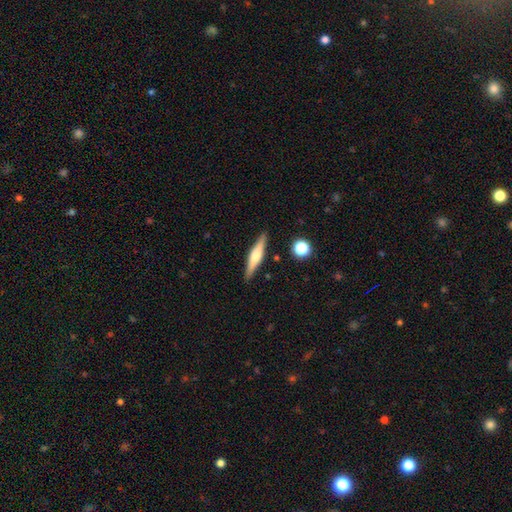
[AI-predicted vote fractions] Smooth or featured? Predicted: featured or disk (p=0.65). Edge-on disk? Predicted: yes (p=0.97). Edge-on bulge? Predicted: rounded (p=0.86). Merging? Predicted: none (p=0.89).